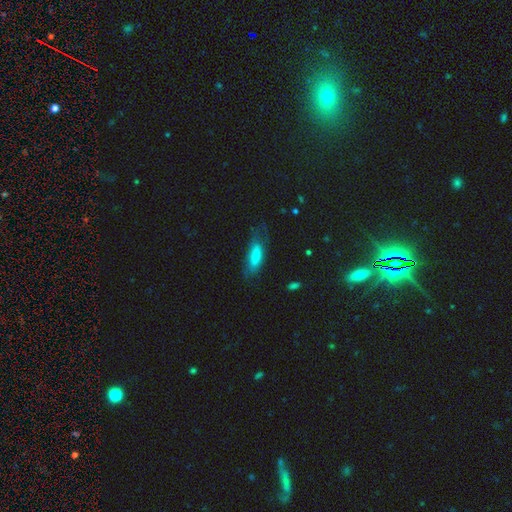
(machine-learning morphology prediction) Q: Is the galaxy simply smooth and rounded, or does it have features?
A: smooth — 67%.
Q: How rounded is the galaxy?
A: in between — 65%.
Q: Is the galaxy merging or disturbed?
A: none — 50%.